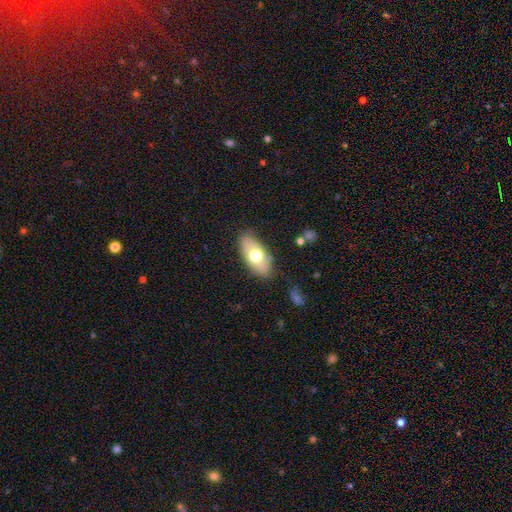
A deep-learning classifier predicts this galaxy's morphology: A smooth galaxy with no disk features (65%) that is in between round and cigar-shaped (89%). Merging: none (81%).